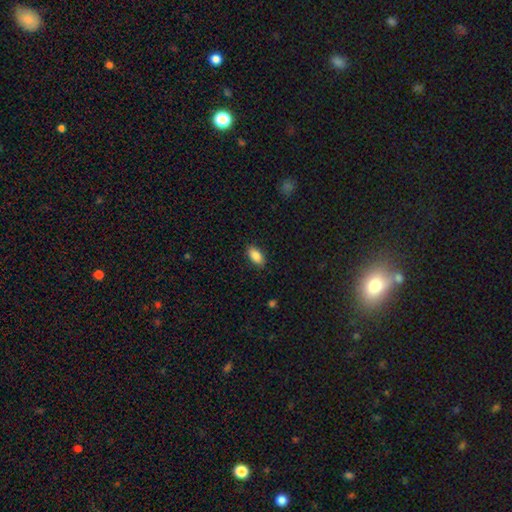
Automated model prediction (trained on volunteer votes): Smooth or featured?
  - smooth: 88% *
  - star or artifact: 7%
  - featured or disk: 4%
How rounded?
  - in between: 92% *
  - cigar-shaped: 5%
  - round: 3%
Merging?
  - none: 87% *
  - minor disturbance: 10%
  - major disturbance: 2%
  - merger: 1%